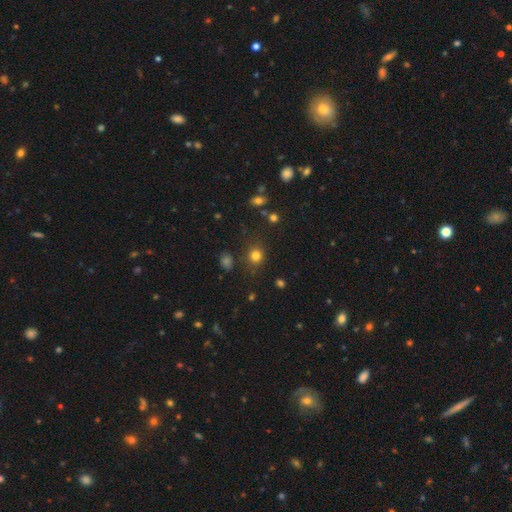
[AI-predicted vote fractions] Smooth or featured? Predicted: smooth (p=0.79). How rounded? Predicted: round (p=0.84). Merging? Predicted: none (p=0.82).